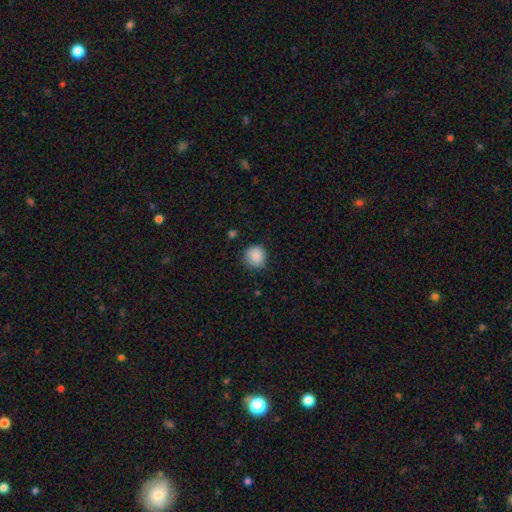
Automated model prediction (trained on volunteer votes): A smooth galaxy with no disk features (88%) that is round (91%). Merging: none (80%).